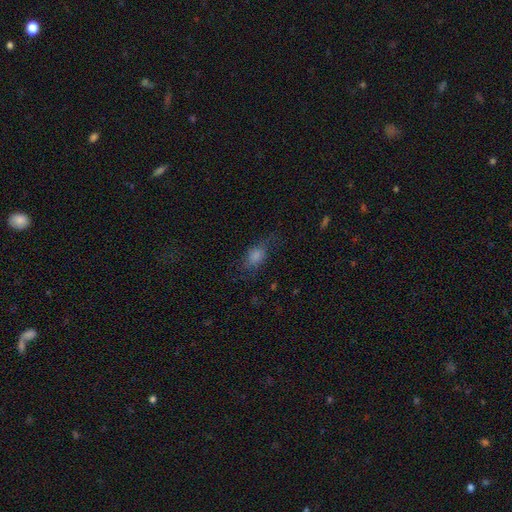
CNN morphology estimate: Q: Smooth or featured?
A: smooth (59%); runner-up: featured or disk (21%)
Q: How rounded?
A: in between (70%); runner-up: round (19%)
Q: Merging?
A: none (59%); runner-up: minor disturbance (22%)